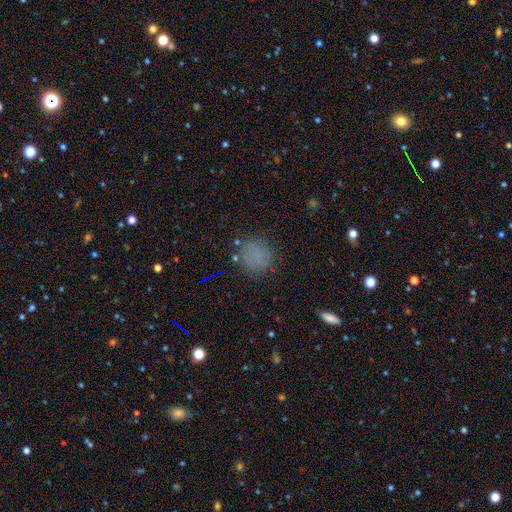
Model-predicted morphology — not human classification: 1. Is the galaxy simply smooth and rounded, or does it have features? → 74% smooth, 17% star or artifact, 9% featured or disk.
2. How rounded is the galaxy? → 86% round, 13% in between, 1% cigar-shaped.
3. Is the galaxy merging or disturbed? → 80% none, 13% minor disturbance, 5% major disturbance, 2% merger.